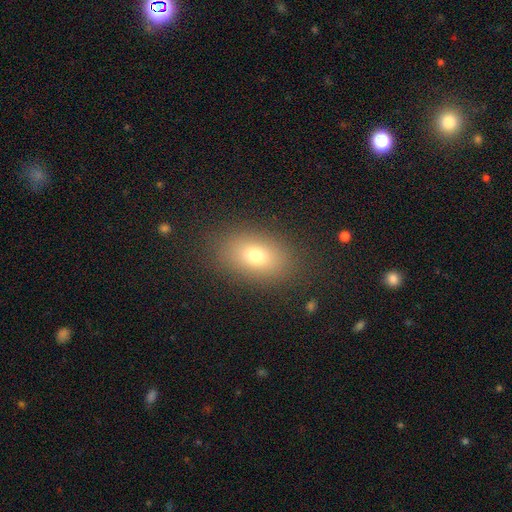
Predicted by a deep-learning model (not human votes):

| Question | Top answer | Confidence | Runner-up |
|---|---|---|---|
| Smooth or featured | smooth | 74% | featured or disk (13%) |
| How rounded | in between | 83% | round (16%) |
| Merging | none | 85% | minor disturbance (10%) |